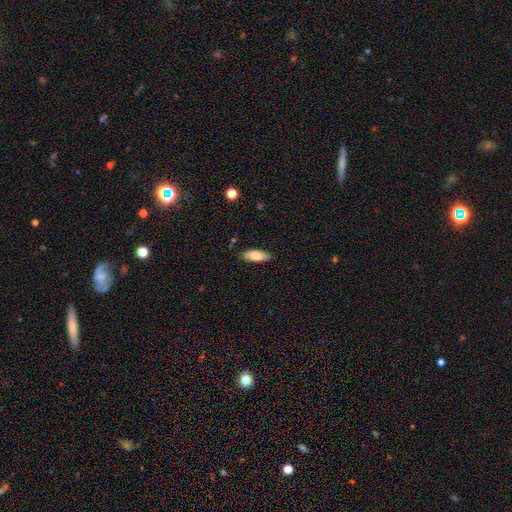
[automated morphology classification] Q: Smooth or featured?
A: smooth (80%); runner-up: featured or disk (14%)
Q: How rounded?
A: in between (74%); runner-up: cigar-shaped (24%)
Q: Merging?
A: none (85%); runner-up: minor disturbance (12%)